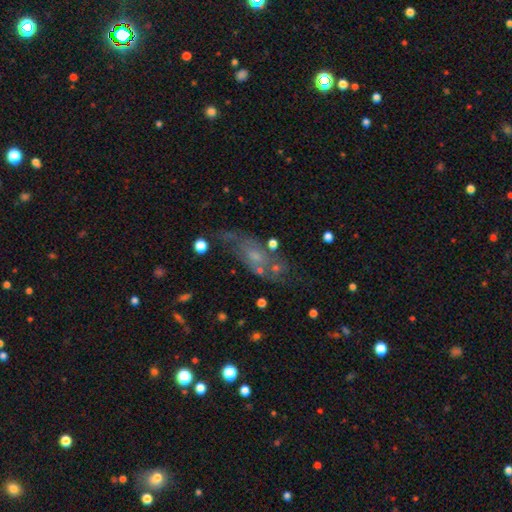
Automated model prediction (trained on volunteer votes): A featured or disk galaxy (56%).

Vote fractions:
- Smooth or featured? featured or disk: 56% / smooth: 29% / star or artifact: 14%
- Edge-on disk? no: 87% / yes: 13%
- Merging? none: 51% / minor disturbance: 23% / major disturbance: 18% / merger: 8%